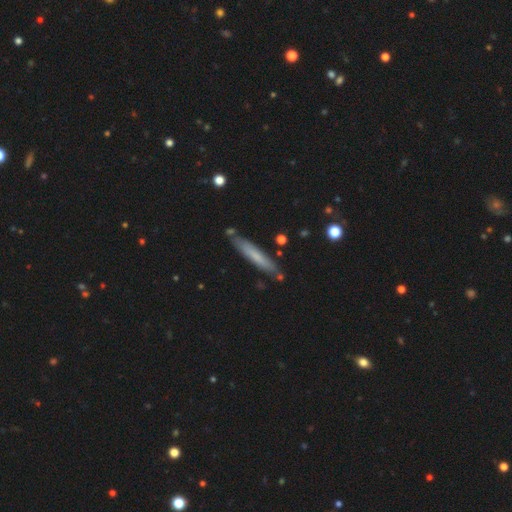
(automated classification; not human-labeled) Morphology: type=smooth (63%); roundness=cigar-shaped (92%); merging=none (81%).